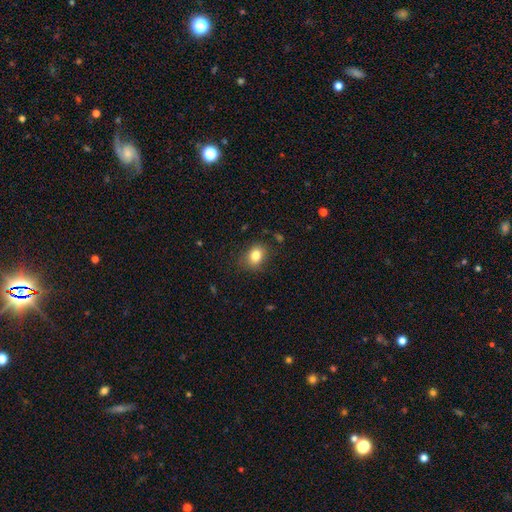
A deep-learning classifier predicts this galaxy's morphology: Smooth or featured?
  - smooth: 82% *
  - star or artifact: 10%
  - featured or disk: 7%
How rounded?
  - in between: 60% *
  - round: 38%
  - cigar-shaped: 1%
Merging?
  - none: 81% *
  - minor disturbance: 14%
  - major disturbance: 4%
  - merger: 1%